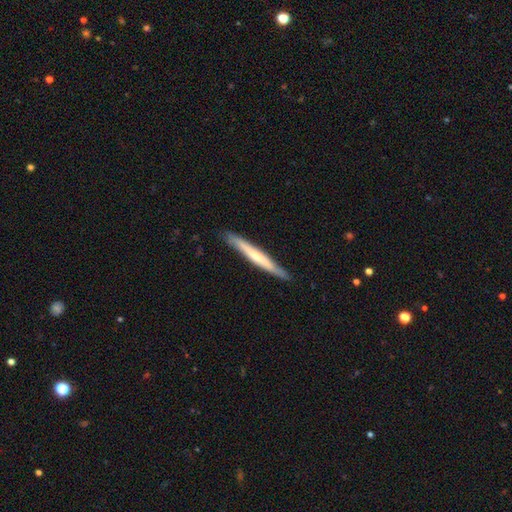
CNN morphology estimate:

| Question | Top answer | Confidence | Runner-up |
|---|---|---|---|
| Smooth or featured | smooth | 48% | featured or disk (47%) |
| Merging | none | 87% | minor disturbance (10%) |